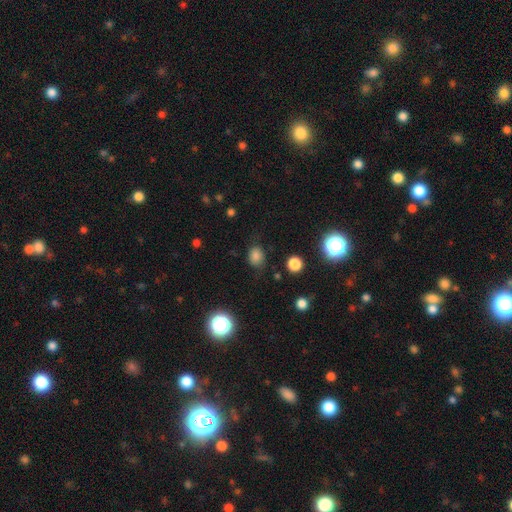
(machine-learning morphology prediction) type=smooth (78%); roundness=in between (51%); merging=none (74%).